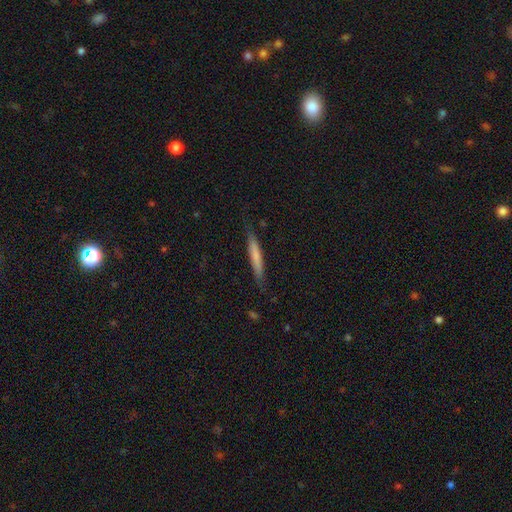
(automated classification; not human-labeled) A smooth galaxy with no disk features (62%) that is cigar-shaped (95%).

Vote fractions:
- Smooth or featured? smooth: 62% / featured or disk: 32% / star or artifact: 6%
- How rounded? cigar-shaped: 95% / in between: 4% / round: 1%
- Merging? none: 82% / minor disturbance: 14% / major disturbance: 3% / merger: 1%